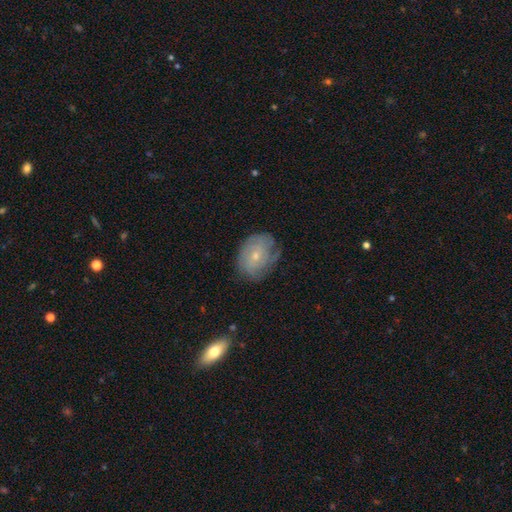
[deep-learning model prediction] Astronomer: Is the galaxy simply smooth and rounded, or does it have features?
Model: featured or disk — 59%.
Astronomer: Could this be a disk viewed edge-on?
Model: no — 96%.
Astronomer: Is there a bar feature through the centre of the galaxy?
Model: no — 77%.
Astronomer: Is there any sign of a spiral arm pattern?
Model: yes — 78%.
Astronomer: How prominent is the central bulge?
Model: small — 68%.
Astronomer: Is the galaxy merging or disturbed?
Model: none — 65%.